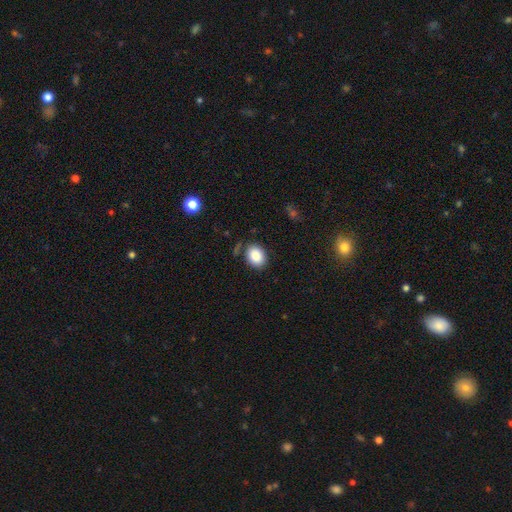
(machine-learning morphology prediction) This is clearly a smooth galaxy (88%). How rounded: likely in between (64%). Merging: clearly none (81%).